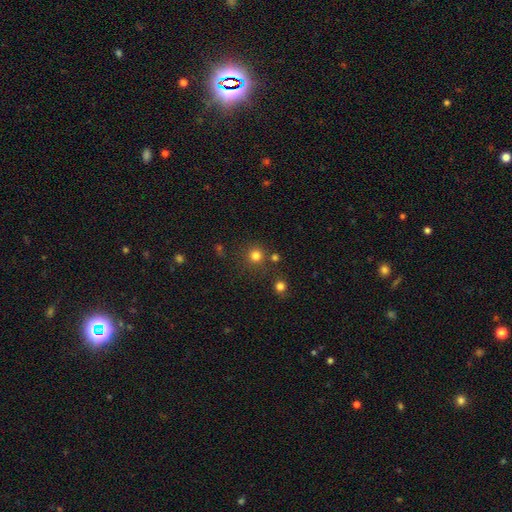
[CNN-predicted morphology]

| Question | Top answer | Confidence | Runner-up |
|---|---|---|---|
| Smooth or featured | smooth | 77% | star or artifact (17%) |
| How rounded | round | 93% | in between (6%) |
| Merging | none | 78% | merger (10%) |